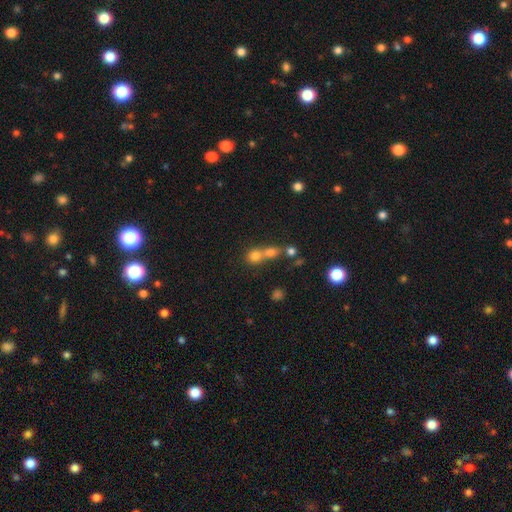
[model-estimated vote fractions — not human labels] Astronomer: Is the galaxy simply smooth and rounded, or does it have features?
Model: smooth — 71%.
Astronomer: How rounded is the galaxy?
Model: round — 78%.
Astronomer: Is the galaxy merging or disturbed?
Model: merger — 60%.